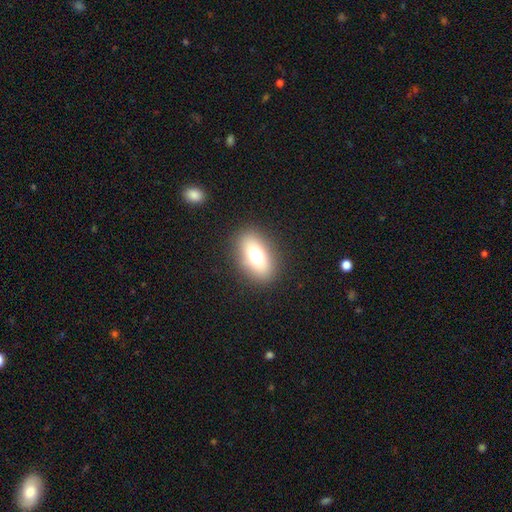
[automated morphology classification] A smooth galaxy with no disk features (67%) that is in between round and cigar-shaped (78%). Merging: none (86%).